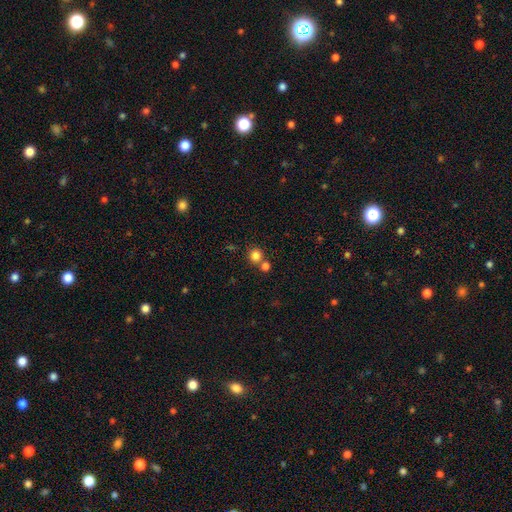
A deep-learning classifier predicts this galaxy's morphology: Smooth or featured: smooth — 82% (star or artifact — 12%)
How rounded: round — 91% (in between — 8%)
Merging: none — 68% (merger — 22%)